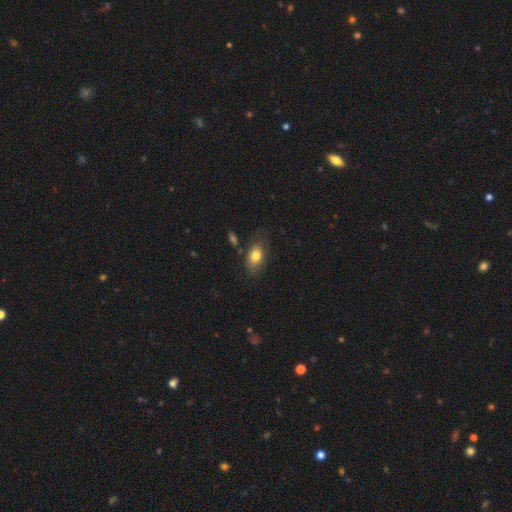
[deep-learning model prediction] Smooth or featured? smooth (78%)
How rounded? in between (86%)
Merging? none (70%)